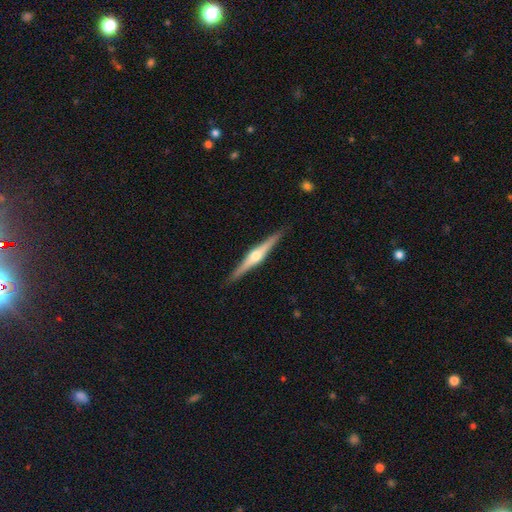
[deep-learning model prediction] Q: Smooth or featured?
A: featured or disk (80%); runner-up: smooth (15%)
Q: Edge-on disk?
A: yes (98%); runner-up: no (2%)
Q: Edge-on bulge?
A: rounded (92%); runner-up: boxy (5%)
Q: Merging?
A: none (91%); runner-up: minor disturbance (6%)